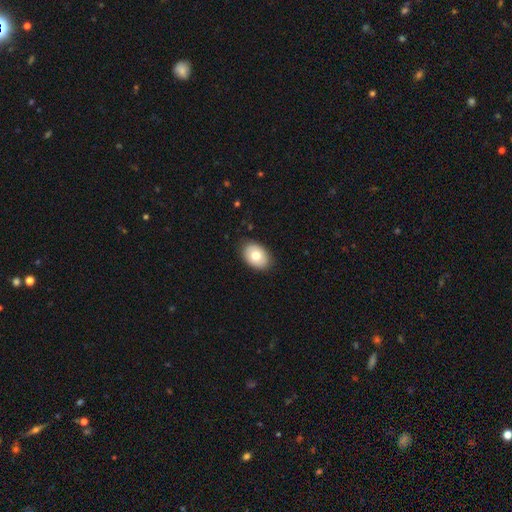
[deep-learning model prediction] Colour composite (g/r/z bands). It shows a smooth galaxy with no disk features (73%) that is in between round and cigar-shaped (81%). Merging: none (87%).